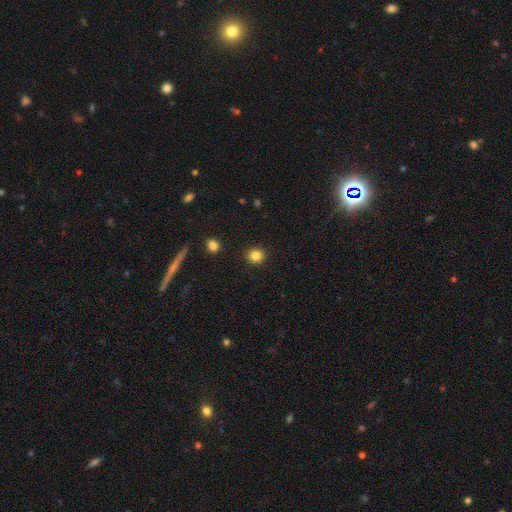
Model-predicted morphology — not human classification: A smooth galaxy with no disk features (84%) that is round (85%). Merging: none (91%).